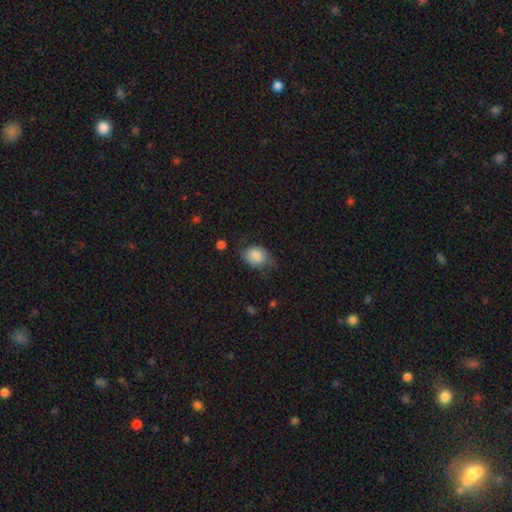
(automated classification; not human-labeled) A smooth galaxy with no disk features (80%) that is in between round and cigar-shaped (56%).

Vote fractions:
- Smooth or featured? smooth: 80% / featured or disk: 12% / star or artifact: 8%
- How rounded? in between: 56% / round: 43% / cigar-shaped: 1%
- Merging? none: 53% / minor disturbance: 32% / major disturbance: 13% / merger: 2%